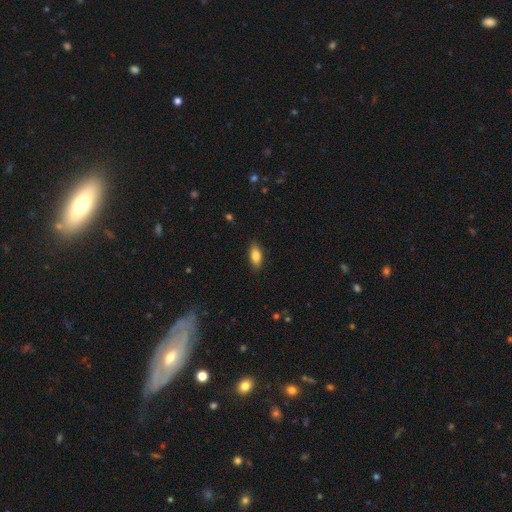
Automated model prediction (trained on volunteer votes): smooth-or-featured: smooth: 81% | featured or disk: 12% | star or artifact: 7%
  how-rounded: in between: 82% | cigar-shaped: 15% | round: 3%
  merging: none: 84% | minor disturbance: 13% | major disturbance: 3% | merger: 1%